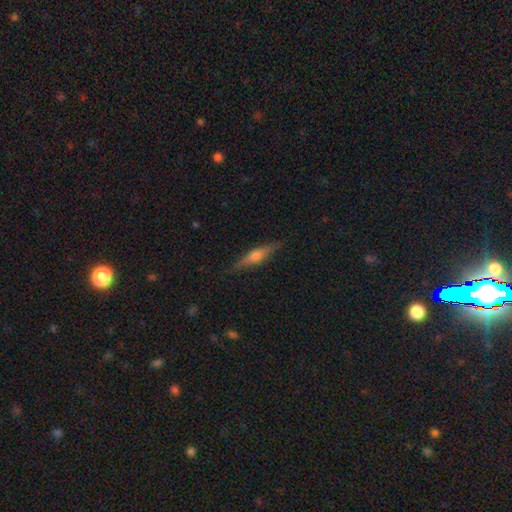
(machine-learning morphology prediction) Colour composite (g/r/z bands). It shows a featured or disk galaxy (62%) viewed edge-on (96%) with a rounded central bulge (86%). Merging: none (87%).